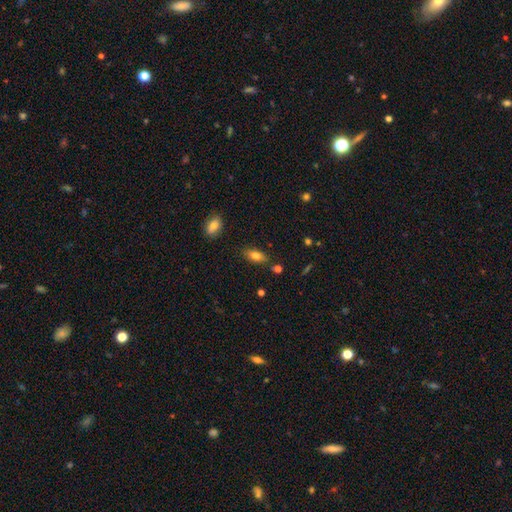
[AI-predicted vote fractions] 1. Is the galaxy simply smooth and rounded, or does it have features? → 78% smooth, 13% featured or disk, 9% star or artifact.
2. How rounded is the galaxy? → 85% in between, 11% cigar-shaped, 4% round.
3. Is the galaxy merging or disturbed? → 78% none, 14% minor disturbance, 5% merger, 3% major disturbance.